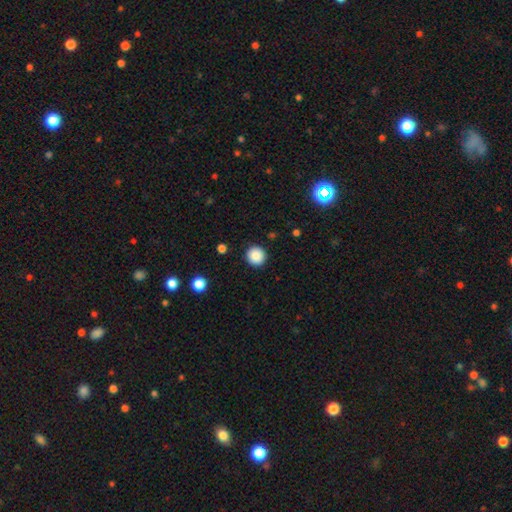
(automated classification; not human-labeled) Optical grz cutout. It shows a smooth galaxy with no disk features (87%) that is round (95%). Merging: none (92%).